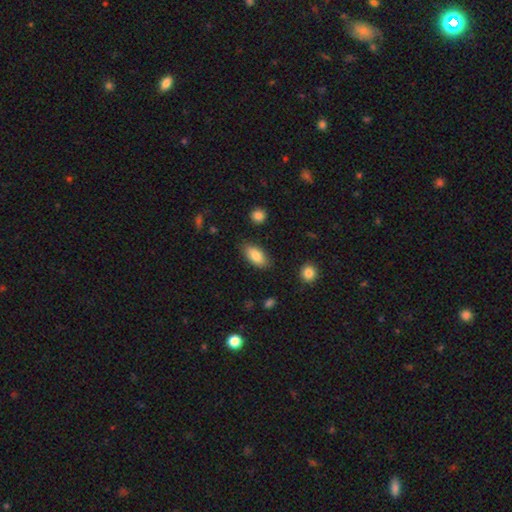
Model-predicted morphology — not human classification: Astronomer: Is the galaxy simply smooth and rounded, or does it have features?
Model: smooth — 82%.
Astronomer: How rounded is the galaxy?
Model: in between — 89%.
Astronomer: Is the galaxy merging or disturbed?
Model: none — 84%.